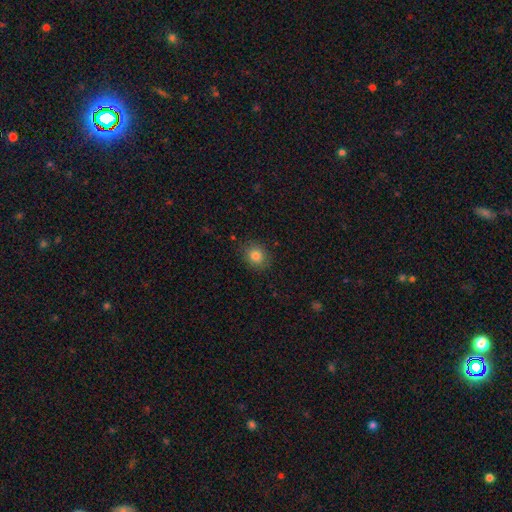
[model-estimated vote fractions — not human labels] A smooth galaxy with no disk features (82%) that is round (65%).

Vote fractions:
- Smooth or featured? smooth: 82% / star or artifact: 11% / featured or disk: 7%
- How rounded? round: 65% / in between: 34% / cigar-shaped: 1%
- Merging? none: 84% / minor disturbance: 12% / major disturbance: 3% / merger: 1%